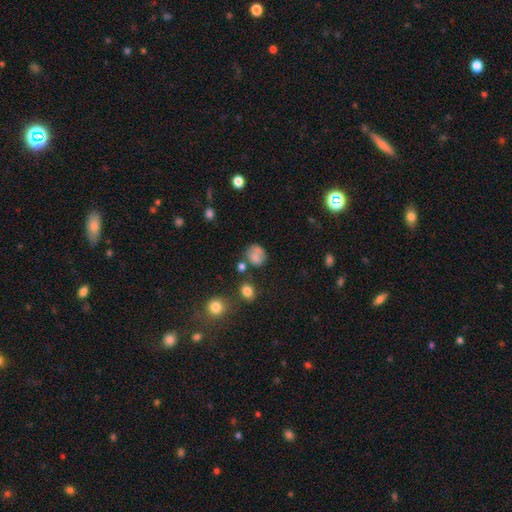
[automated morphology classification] Overall: smooth (74%). How rounded: round (69%; in between 30%). Merging: none (54%; minor disturbance 22%).